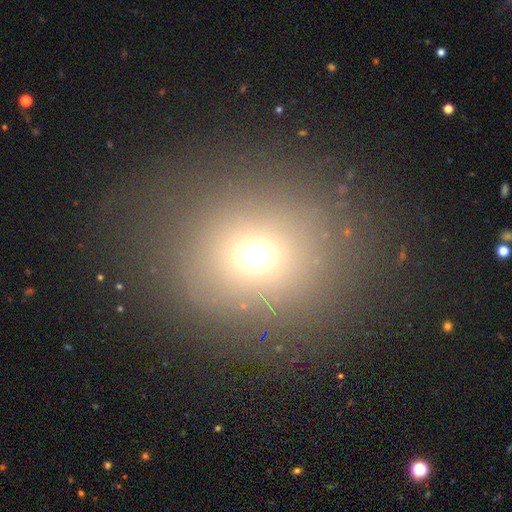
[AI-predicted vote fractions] The model was most divided on "smooth or featured": smooth: 66%, star or artifact: 24%, featured or disk: 10%. More confident: how rounded — round (82%); merging — none (80%).